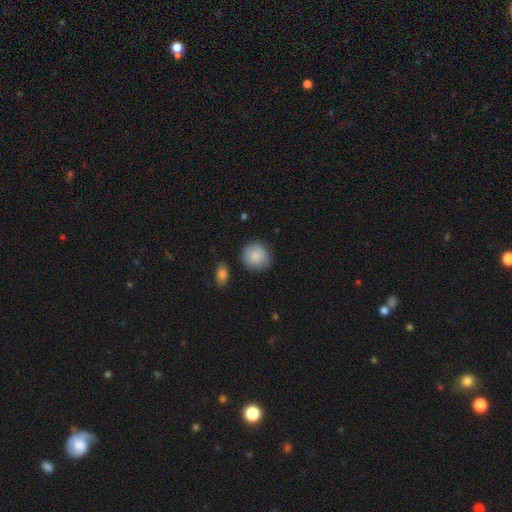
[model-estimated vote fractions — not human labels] smooth_or_featured: smooth (p=0.88) [alt: star or artifact p=0.06]
how_rounded: round (p=0.89) [alt: in between p=0.10]
merging: none (p=0.84) [alt: minor disturbance p=0.11]